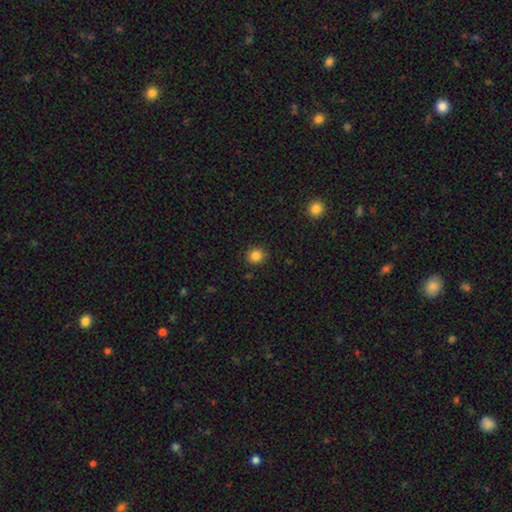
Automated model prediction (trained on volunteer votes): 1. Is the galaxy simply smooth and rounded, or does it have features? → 85% smooth, 11% star or artifact, 4% featured or disk.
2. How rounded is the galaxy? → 85% round, 14% in between, 1% cigar-shaped.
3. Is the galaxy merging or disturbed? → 90% none, 7% minor disturbance, 2% major disturbance, 1% merger.